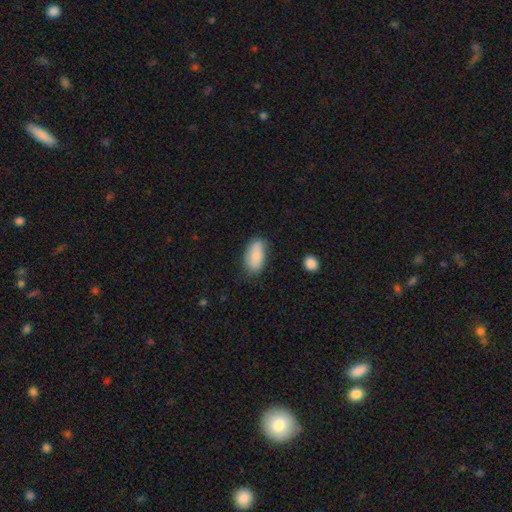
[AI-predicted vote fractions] Q: Smooth or featured?
A: smooth (81%); runner-up: featured or disk (13%)
Q: How rounded?
A: in between (93%); runner-up: round (4%)
Q: Merging?
A: none (69%); runner-up: minor disturbance (23%)